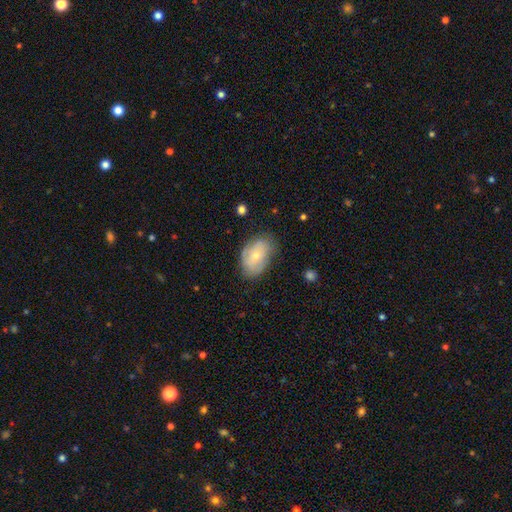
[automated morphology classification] smooth_or_featured: smooth (p=0.58) [alt: featured or disk p=0.35]
how_rounded: in between (p=0.88) [alt: round p=0.11]
merging: none (p=0.69) [alt: minor disturbance p=0.23]